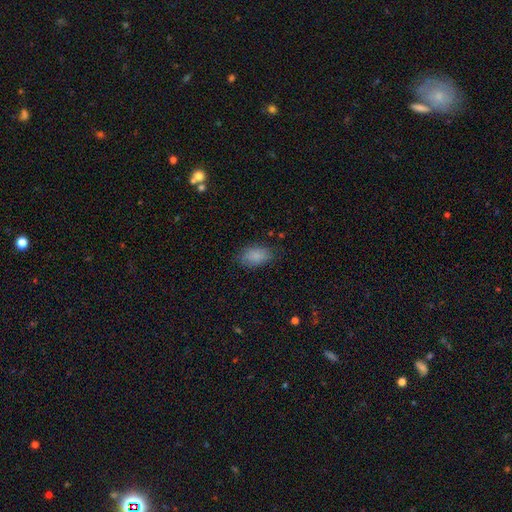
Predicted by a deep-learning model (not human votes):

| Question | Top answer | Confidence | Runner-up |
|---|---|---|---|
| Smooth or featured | smooth | 85% | star or artifact (8%) |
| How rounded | in between | 90% | round (8%) |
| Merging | none | 78% | minor disturbance (17%) |